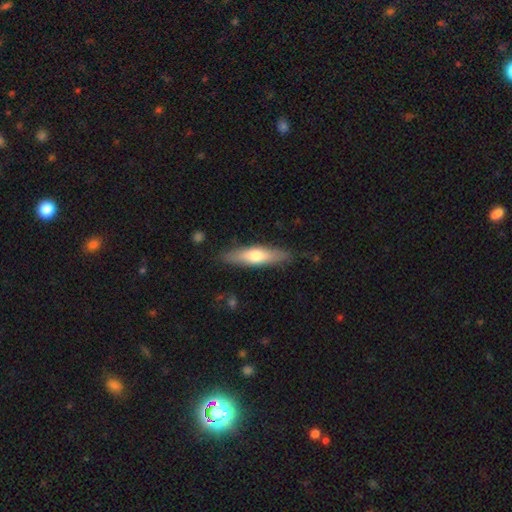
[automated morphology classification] smooth 58%, featured or disk 37%, star or artifact 5%. Down the decision tree: how rounded — cigar-shaped (72%); merging — none (85%).